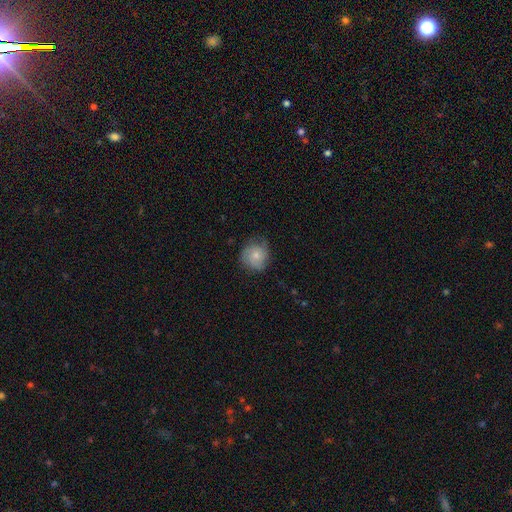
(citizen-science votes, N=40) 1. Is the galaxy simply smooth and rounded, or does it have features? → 75% smooth, 22% featured or disk, 2% star or artifact.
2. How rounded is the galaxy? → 97% round, 3% in between, 0% cigar-shaped.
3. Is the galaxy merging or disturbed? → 77% none, 21% minor disturbance, 3% merger, 0% major disturbance.